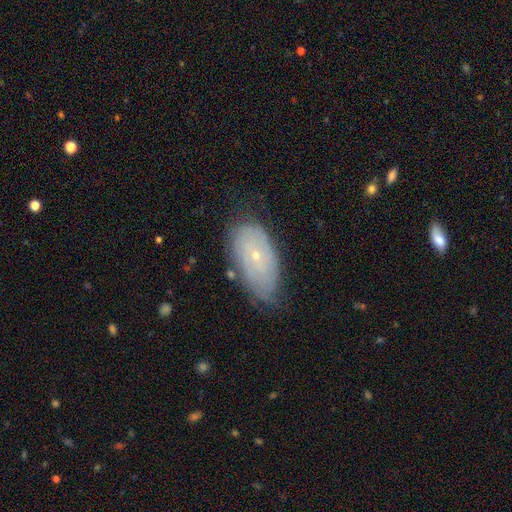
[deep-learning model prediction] Smooth or featured? featured or disk (59%)
Edge-on disk? no (92%)
Bar? no (81%)
Spiral arms? yes (67%)
Bulge size? small (79%)
Merging? none (67%)